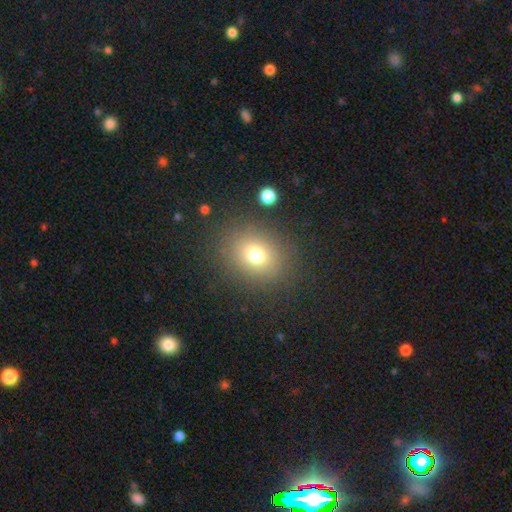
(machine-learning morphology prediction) type=smooth (73%); roundness=round (67%); merging=none (84%).